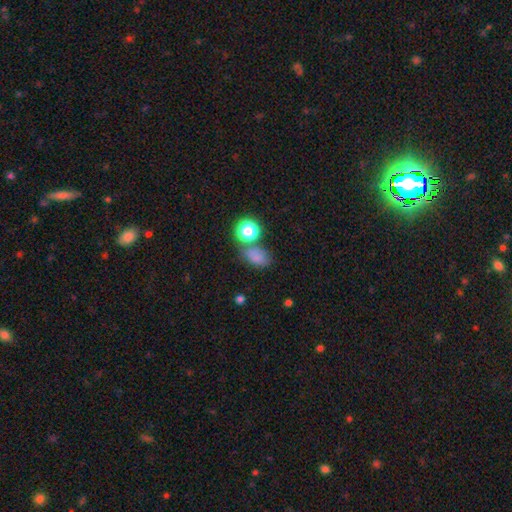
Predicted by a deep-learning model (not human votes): Smooth or featured?
  - smooth: 74% *
  - star or artifact: 18%
  - featured or disk: 8%
How rounded?
  - in between: 66% *
  - round: 32%
  - cigar-shaped: 2%
Merging?
  - none: 53% *
  - merger: 20%
  - minor disturbance: 19%
  - major disturbance: 8%